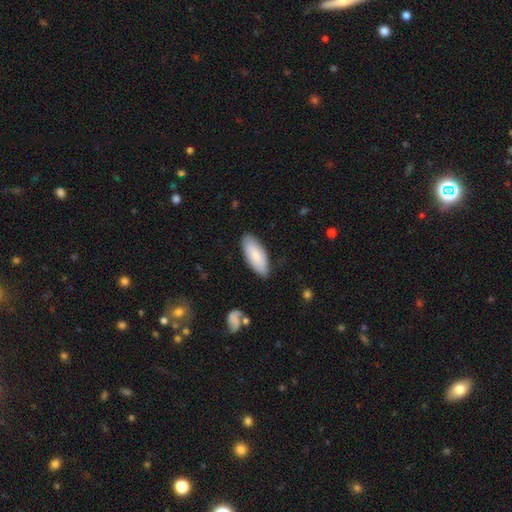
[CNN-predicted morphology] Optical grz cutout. It shows a smooth galaxy with no disk features (80%) that is in between round and cigar-shaped (81%). Merging: none (82%).